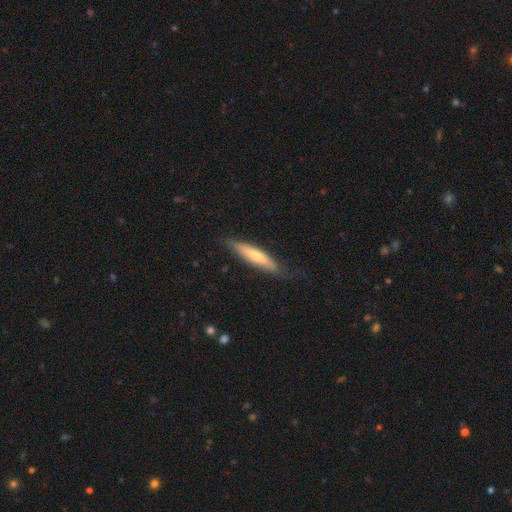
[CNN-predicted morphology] This appears to be a smooth galaxy with no disk features (61%) that is cigar-shaped (83%). Merging: none (76%).